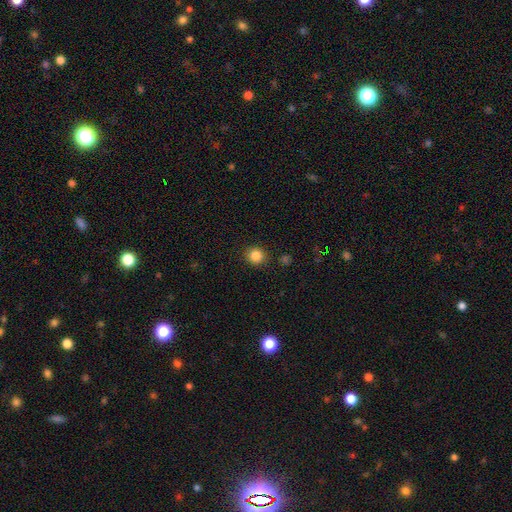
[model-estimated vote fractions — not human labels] A smooth galaxy with no disk features (85%) that is round (91%).

Vote fractions:
- Smooth or featured? smooth: 85% / star or artifact: 11% / featured or disk: 4%
- How rounded? round: 91% / in between: 8% / cigar-shaped: 1%
- Merging? none: 89% / minor disturbance: 6% / major disturbance: 2% / merger: 2%